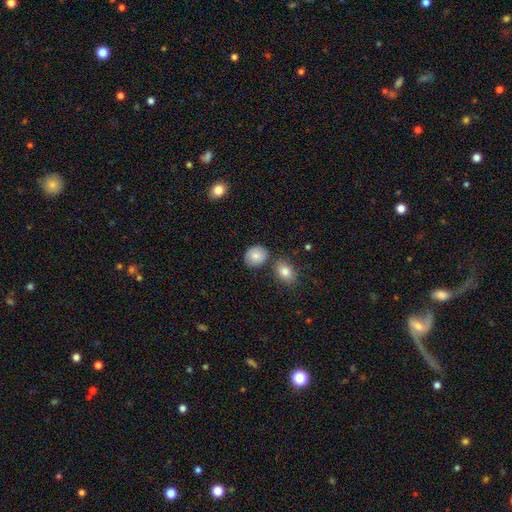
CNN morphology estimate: Overall: smooth (82%). How rounded: round (58%; in between 41%). Merging: none (71%).